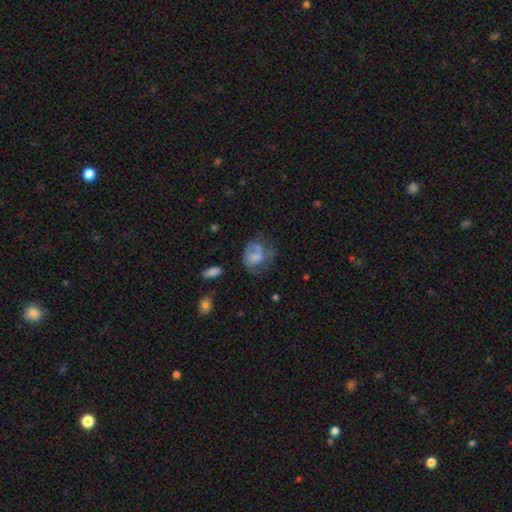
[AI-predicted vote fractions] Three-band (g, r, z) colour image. It shows a featured or disk galaxy (45%, tied with smooth). Merging: none (35%, tied with major disturbance).